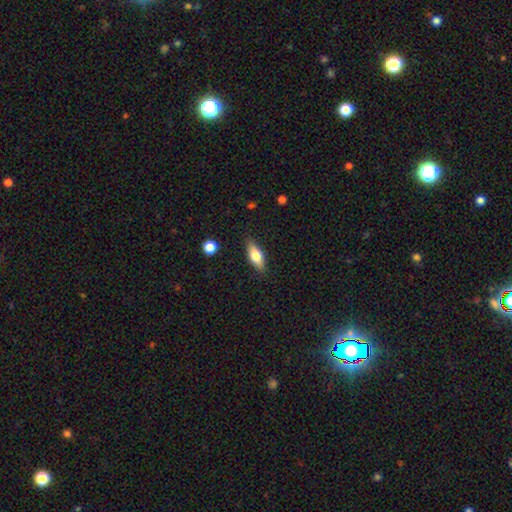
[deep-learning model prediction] Smooth or featured? smooth (68%)
How rounded? in between (71%)
Merging? none (85%)